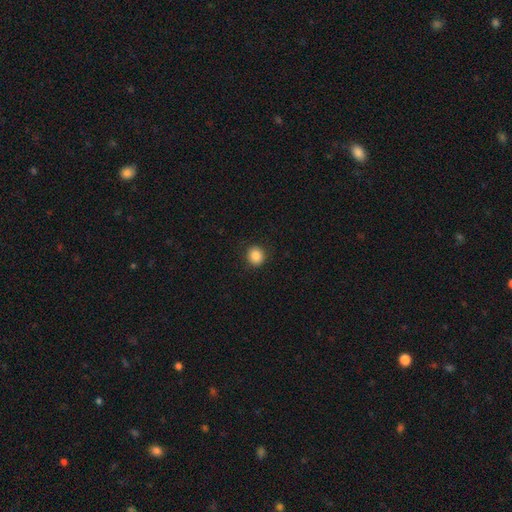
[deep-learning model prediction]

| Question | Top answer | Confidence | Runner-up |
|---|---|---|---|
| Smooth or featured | smooth | 86% | star or artifact (10%) |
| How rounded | round | 86% | in between (13%) |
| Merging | none | 90% | minor disturbance (7%) |